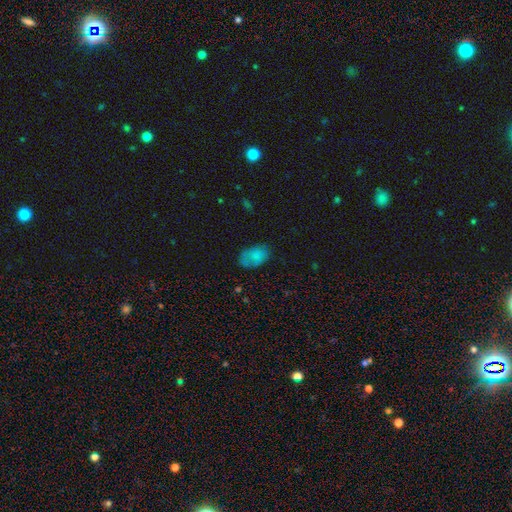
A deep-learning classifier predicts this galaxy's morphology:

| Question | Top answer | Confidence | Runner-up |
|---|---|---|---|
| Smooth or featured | smooth | 70% | star or artifact (15%) |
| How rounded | in between | 86% | round (12%) |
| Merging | none | 65% | minor disturbance (23%) |